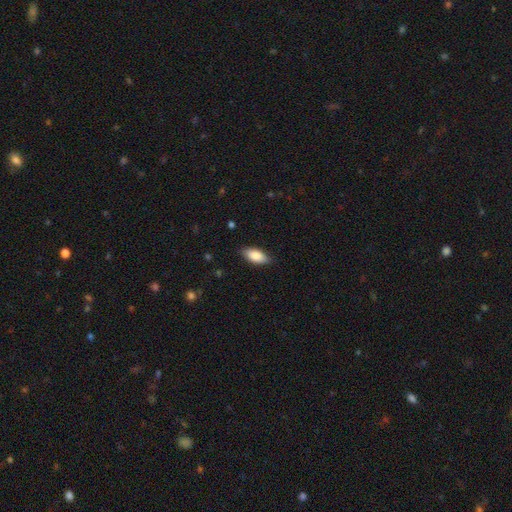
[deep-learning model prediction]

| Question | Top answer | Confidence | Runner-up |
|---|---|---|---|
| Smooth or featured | smooth | 83% | featured or disk (10%) |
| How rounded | in between | 87% | cigar-shaped (11%) |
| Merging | none | 85% | minor disturbance (12%) |